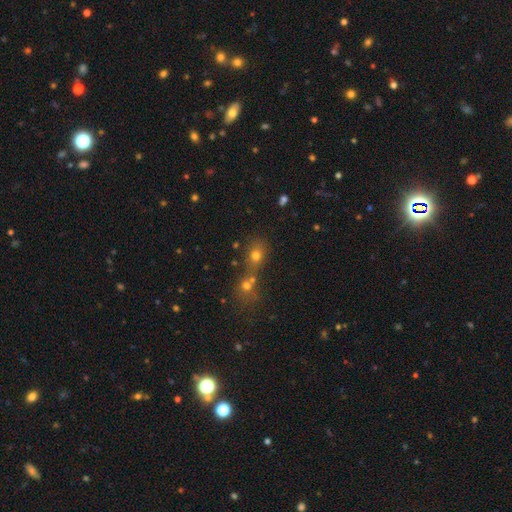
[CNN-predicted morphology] Overall: smooth (65%). How rounded: round (63%; in between 35%). Merging: merger (52%; none 34%).